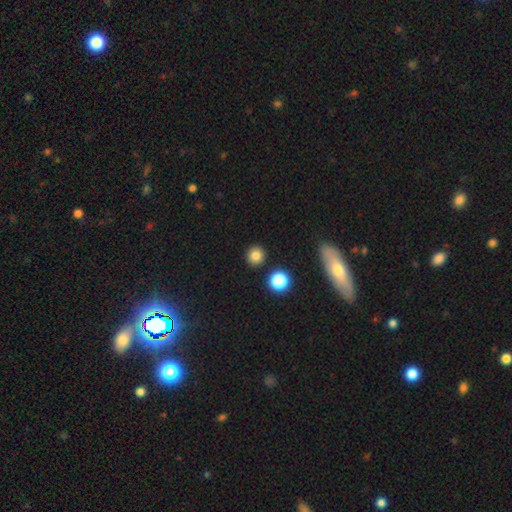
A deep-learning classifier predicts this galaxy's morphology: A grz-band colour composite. It shows a smooth galaxy with no disk features (81%) that is round (92%). Merging: none (90%).